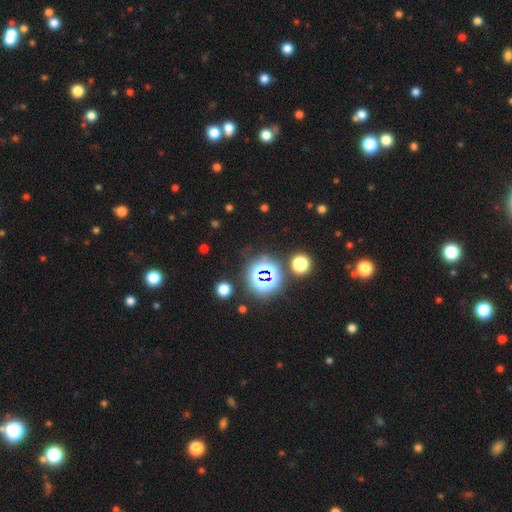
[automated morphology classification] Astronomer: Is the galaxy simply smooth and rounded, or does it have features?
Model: star or artifact — 79%.